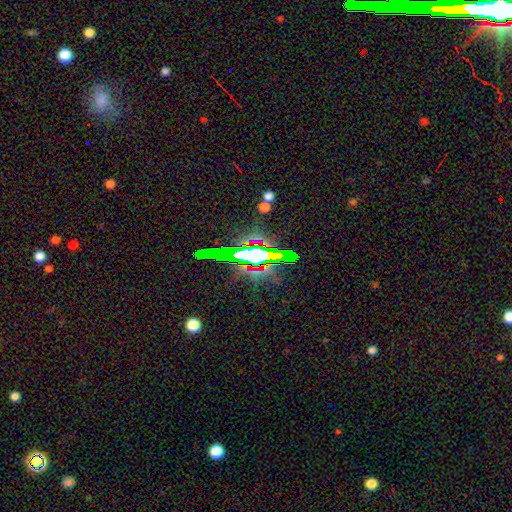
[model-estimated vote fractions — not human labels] Overall: star or artifact (58%; smooth 21%).